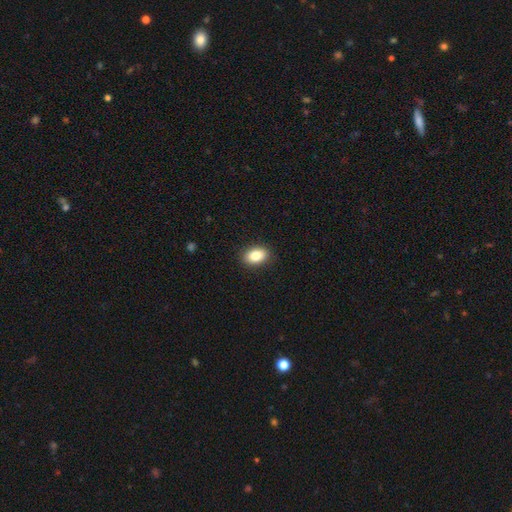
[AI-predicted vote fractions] Q: Smooth or featured?
A: smooth (84%); runner-up: star or artifact (8%)
Q: How rounded?
A: in between (84%); runner-up: round (14%)
Q: Merging?
A: none (90%); runner-up: minor disturbance (7%)